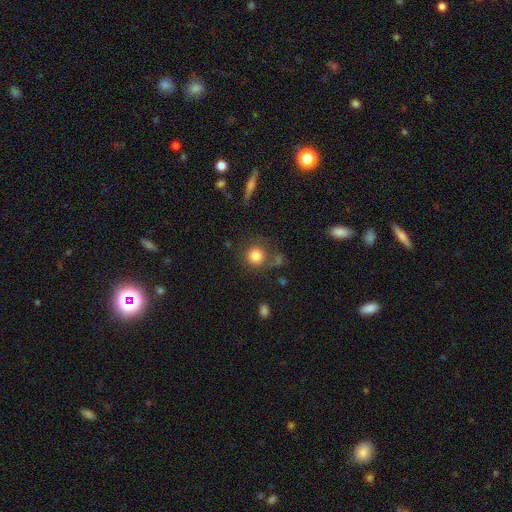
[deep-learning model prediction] smooth-or-featured: smooth: 82% | star or artifact: 11% | featured or disk: 7%
  how-rounded: round: 93% | in between: 6% | cigar-shaped: 1%
  merging: none: 74% | minor disturbance: 12% | merger: 8% | major disturbance: 6%